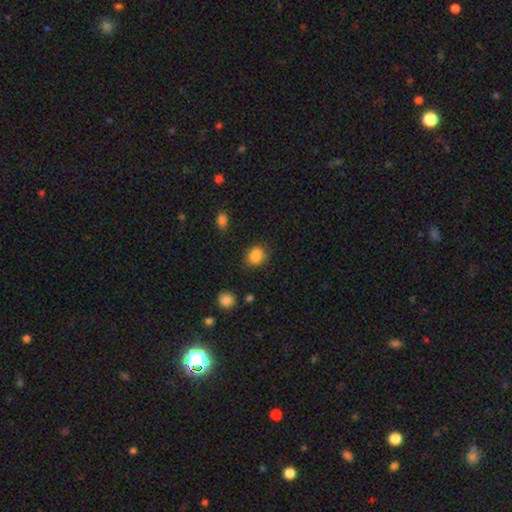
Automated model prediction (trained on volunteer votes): Smooth or featured?
  - smooth: 80% *
  - star or artifact: 11%
  - featured or disk: 9%
How rounded?
  - in between: 50% *
  - round: 49%
  - cigar-shaped: 1%
Merging?
  - none: 60% *
  - minor disturbance: 21%
  - merger: 13%
  - major disturbance: 6%